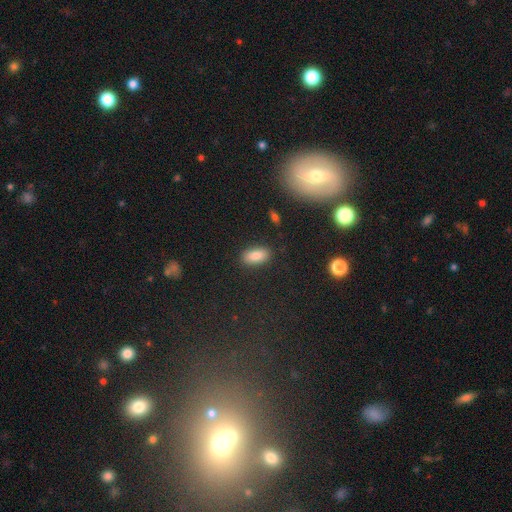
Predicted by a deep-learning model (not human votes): Overall: smooth (84%). How rounded: in between (90%). Merging: none (87%).